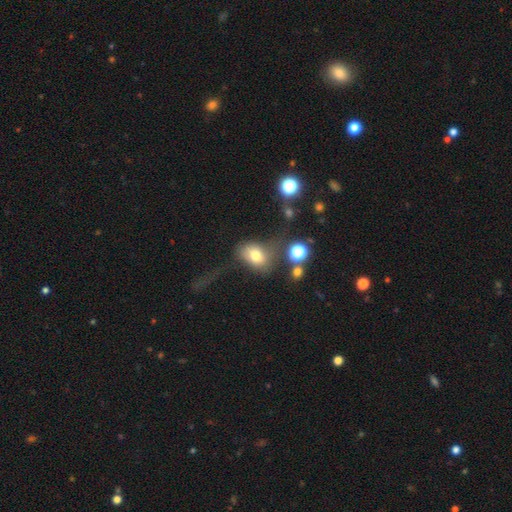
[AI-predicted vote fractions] Smooth or featured: smooth — 70% (featured or disk — 17%)
How rounded: in between — 68% (round — 31%)
Merging: none — 36% (major disturbance — 33%)